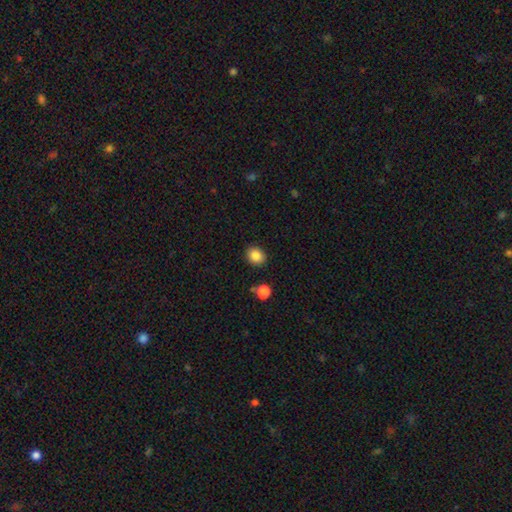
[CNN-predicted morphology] Overall: smooth (86%). How rounded: round (63%; in between 36%). Merging: none (87%).